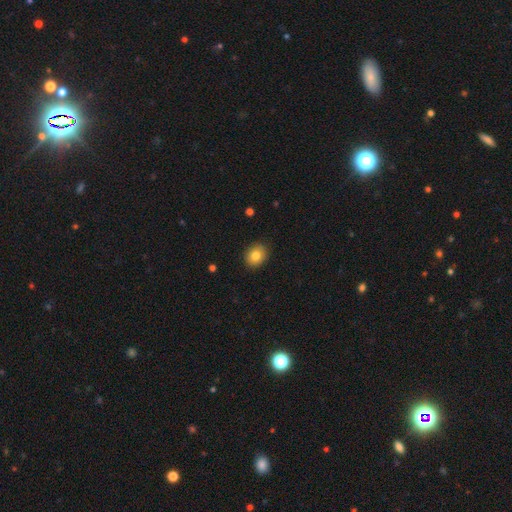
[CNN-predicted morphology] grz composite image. It shows a smooth galaxy with no disk features (82%) that is round (59%). Merging: none (90%).